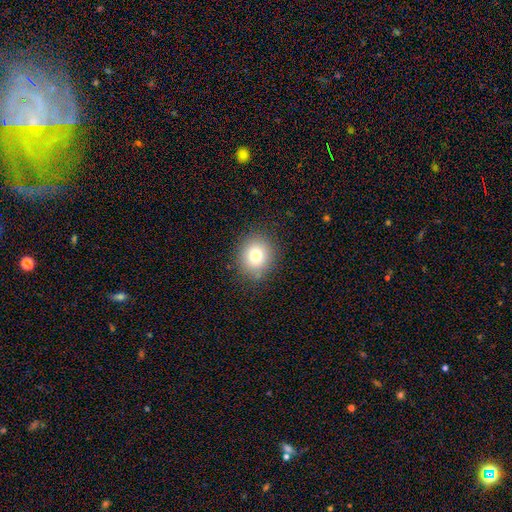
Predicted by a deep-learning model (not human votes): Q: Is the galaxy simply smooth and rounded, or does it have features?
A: smooth — 77%.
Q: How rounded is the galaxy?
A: round — 78%.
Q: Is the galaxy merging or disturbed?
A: none — 86%.